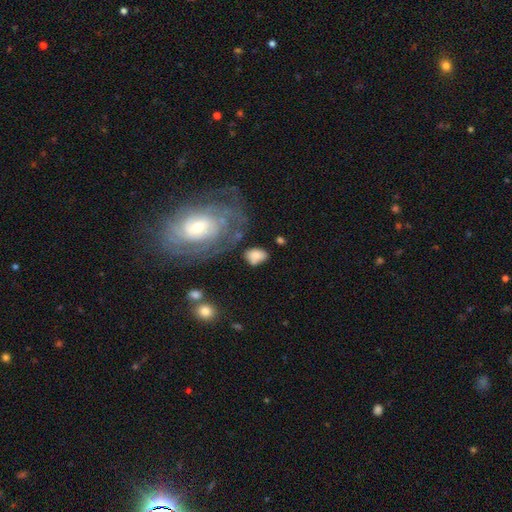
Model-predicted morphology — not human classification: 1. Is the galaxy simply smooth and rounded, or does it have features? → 75% smooth, 17% featured or disk, 8% star or artifact.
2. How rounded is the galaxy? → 77% in between, 21% round, 2% cigar-shaped.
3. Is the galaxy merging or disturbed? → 59% none, 20% minor disturbance, 11% major disturbance, 10% merger.